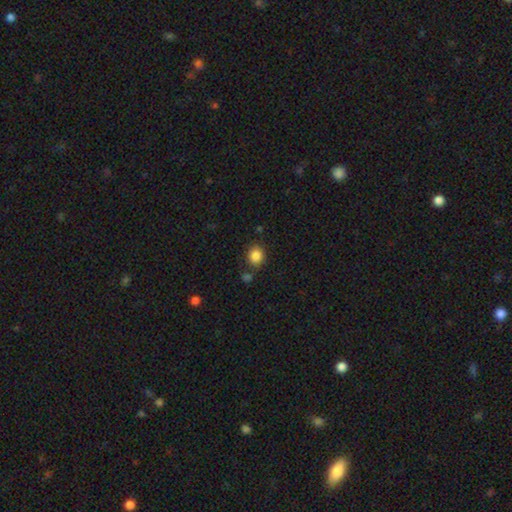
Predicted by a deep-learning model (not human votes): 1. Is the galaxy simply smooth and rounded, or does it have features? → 85% smooth, 10% star or artifact, 4% featured or disk.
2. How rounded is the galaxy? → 72% round, 27% in between, 1% cigar-shaped.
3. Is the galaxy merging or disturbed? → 79% none, 11% minor disturbance, 7% merger, 3% major disturbance.